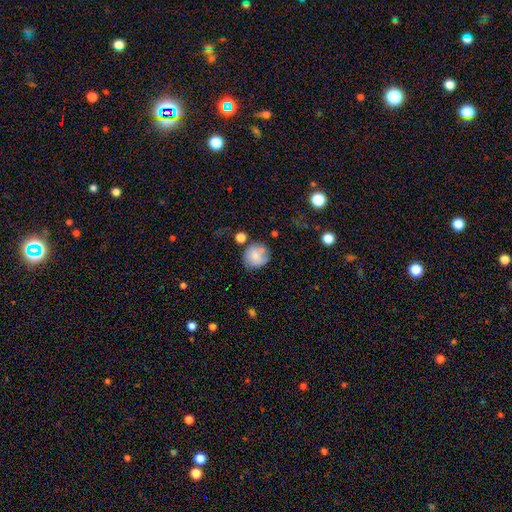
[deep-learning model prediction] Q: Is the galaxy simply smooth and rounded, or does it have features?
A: smooth — 73%.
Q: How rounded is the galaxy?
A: round — 86%.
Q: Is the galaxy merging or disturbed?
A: none — 61%.